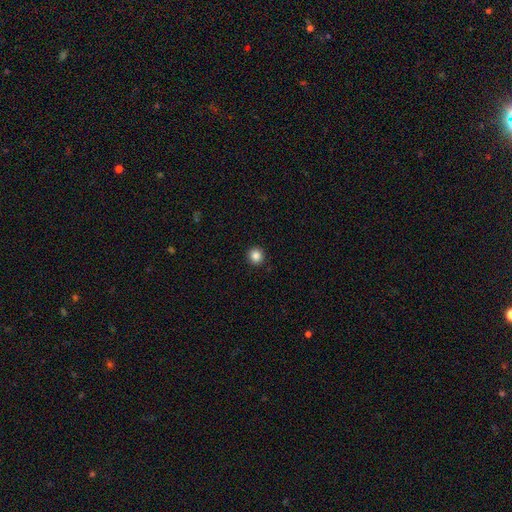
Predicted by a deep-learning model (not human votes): Smooth or featured: smooth — 86% (star or artifact — 11%)
How rounded: round — 94% (in between — 5%)
Merging: none — 93% (minor disturbance — 4%)